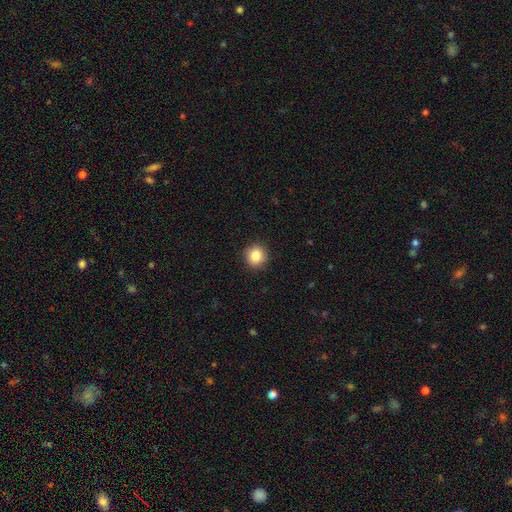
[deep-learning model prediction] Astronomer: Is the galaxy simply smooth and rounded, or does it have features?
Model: smooth — 85%.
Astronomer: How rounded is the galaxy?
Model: round — 94%.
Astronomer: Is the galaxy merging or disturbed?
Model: none — 92%.